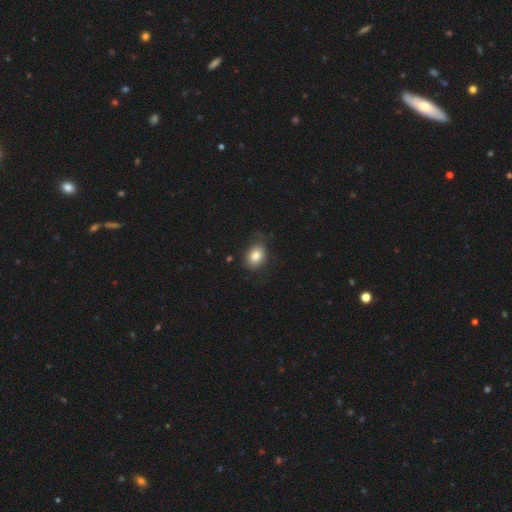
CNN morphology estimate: A smooth galaxy with no disk features (82%) that is in between round and cigar-shaped (60%).

Vote fractions:
- Smooth or featured? smooth: 82% / featured or disk: 9% / star or artifact: 9%
- How rounded? in between: 60% / round: 39% / cigar-shaped: 1%
- Merging? none: 68% / minor disturbance: 24% / major disturbance: 6% / merger: 2%